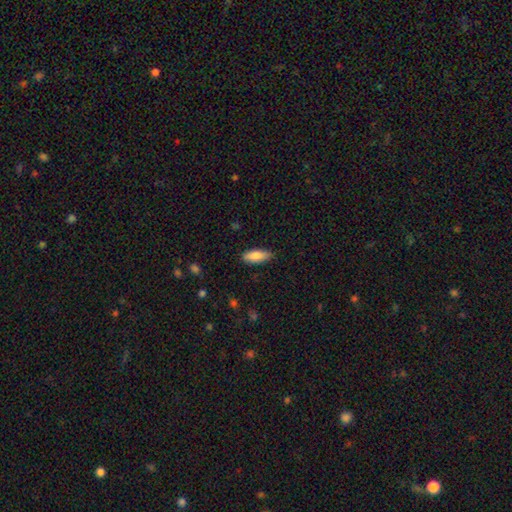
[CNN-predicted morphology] A smooth galaxy with no disk features (85%) that is in between round and cigar-shaped (75%).

Vote fractions:
- Smooth or featured? smooth: 85% / featured or disk: 9% / star or artifact: 6%
- How rounded? in between: 75% / cigar-shaped: 23% / round: 2%
- Merging? none: 81% / minor disturbance: 16% / major disturbance: 2% / merger: 1%